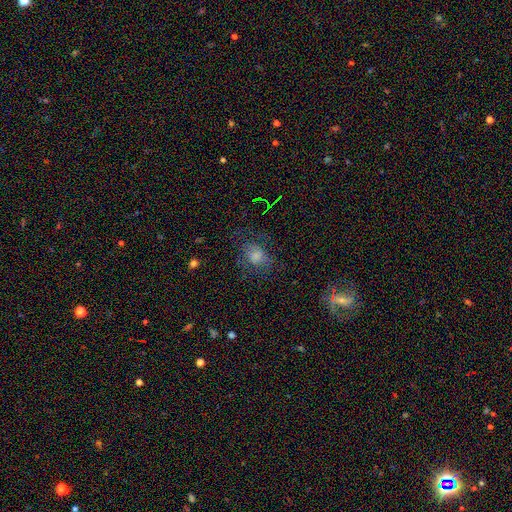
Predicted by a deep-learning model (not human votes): This appears to be a smooth galaxy with no disk features (44%). Merging: none (66%).